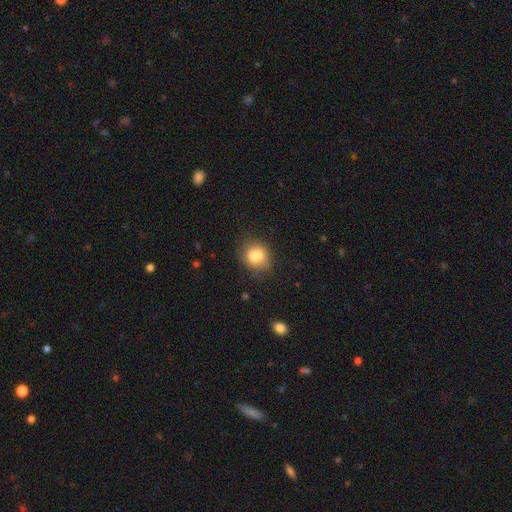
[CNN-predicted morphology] This is likely a smooth galaxy (80%). How rounded: likely round (61%). Merging: likely none (65%).